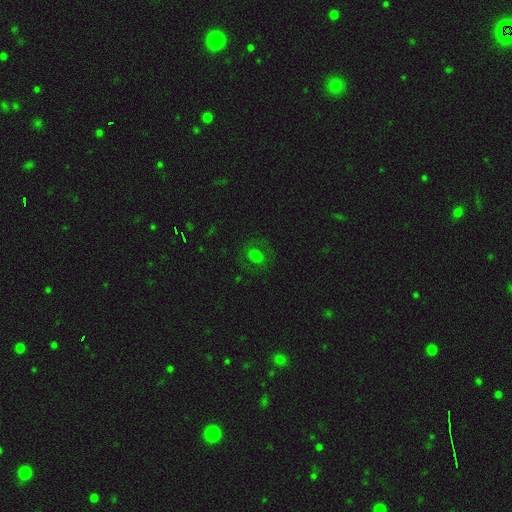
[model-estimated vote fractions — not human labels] Smooth or featured? Predicted: smooth (p=0.59). How rounded? Predicted: round (p=0.54). Merging? Predicted: none (p=0.75).